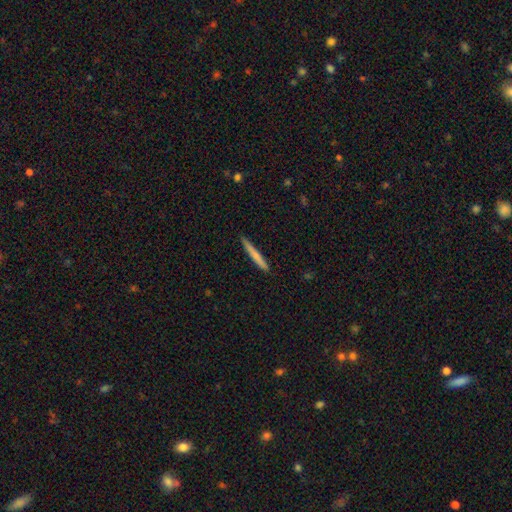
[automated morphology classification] The model was most divided on "smooth or featured": smooth: 71%, featured or disk: 24%, star or artifact: 6%. More confident: how rounded — cigar-shaped (96%); merging — none (90%).